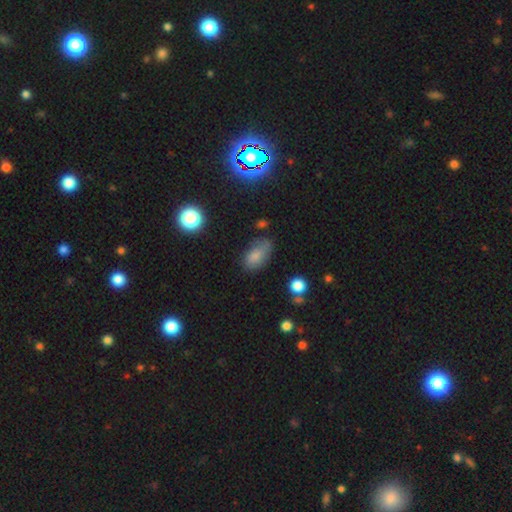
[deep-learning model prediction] Overall: smooth (78%). How rounded: in between (91%). Merging: none (58%; minor disturbance 29%).